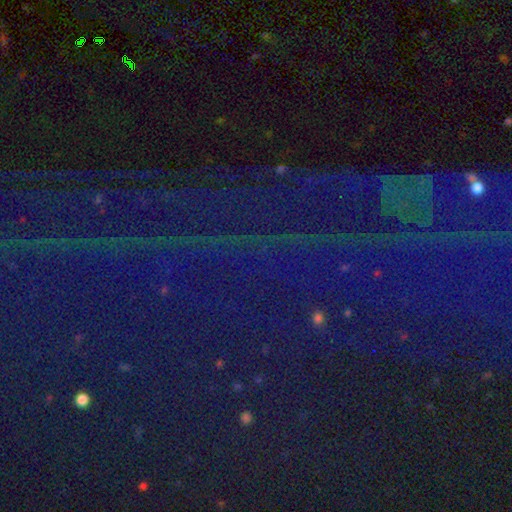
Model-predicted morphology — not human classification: Smooth or featured? Predicted: star or artifact (p=0.84).